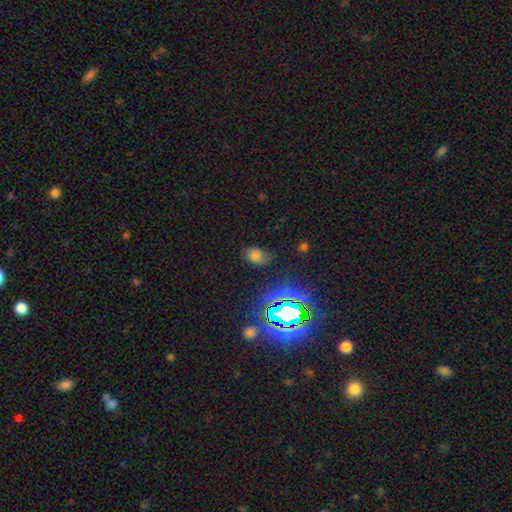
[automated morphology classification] This is likely a smooth galaxy (61%). How rounded: likely in between (72%). Merging: likely none (64%).